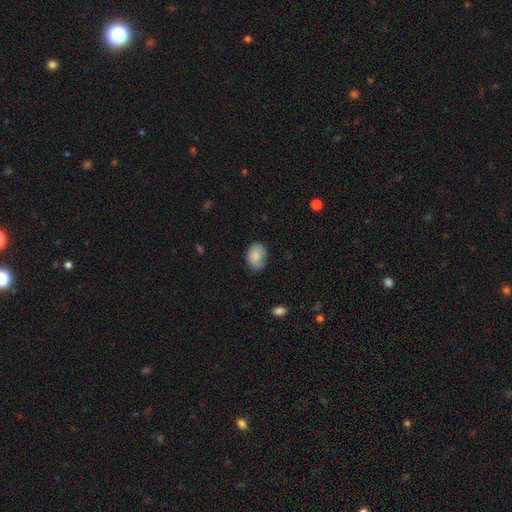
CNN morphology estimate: This is clearly a smooth galaxy (83%). How rounded: likely in between (73%). Merging: likely none (69%).